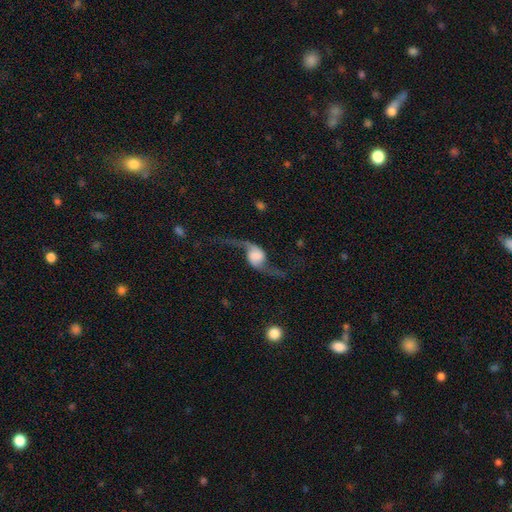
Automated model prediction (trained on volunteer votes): Smooth or featured? featured or disk (87%)
Edge-on disk? no (96%)
Bar? no (51%)
Spiral arms? yes (97%)
Spiral winding? loose (93%)
Spiral arm count? 2 (95%)
Bulge size? large (29%)
Merging? none (69%)